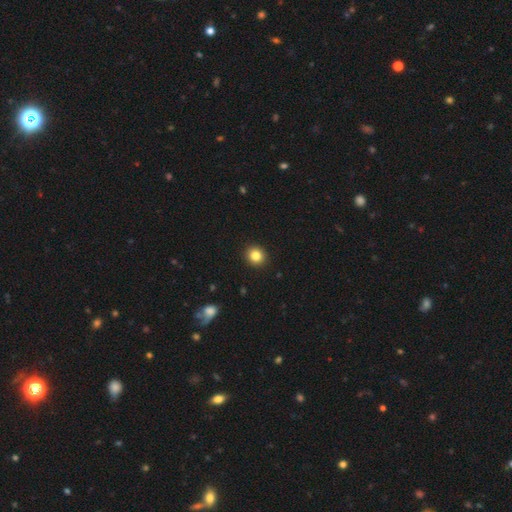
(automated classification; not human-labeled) The model was most divided on "how rounded": round: 84%, in between: 16%, cigar-shaped: 1%. More confident: merging — none (92%); smooth or featured — smooth (84%).